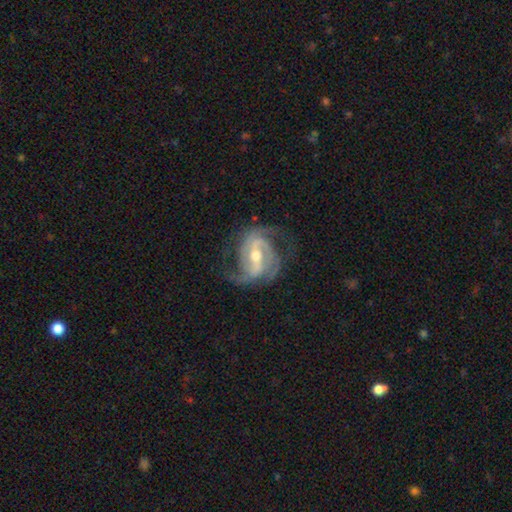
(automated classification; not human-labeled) Overall: featured or disk (91%). Edge-on disk: no (97%). Bar: strong (53%; weak 35%). Spiral arms: yes (97%). Spiral arm count: 2 (50%; 3 31%). Spiral winding: medium (52%; tight 27%). Bulge size: moderate (62%; small 34%). Merging: none (67%).